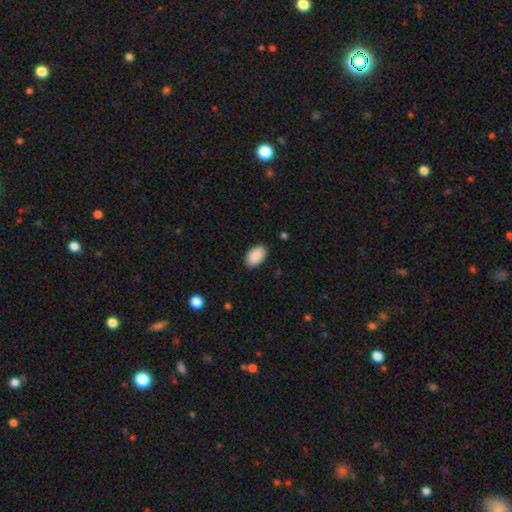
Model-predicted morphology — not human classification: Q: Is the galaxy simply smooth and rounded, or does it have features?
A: smooth — 90%.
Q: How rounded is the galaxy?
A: in between — 94%.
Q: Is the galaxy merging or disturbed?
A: none — 89%.